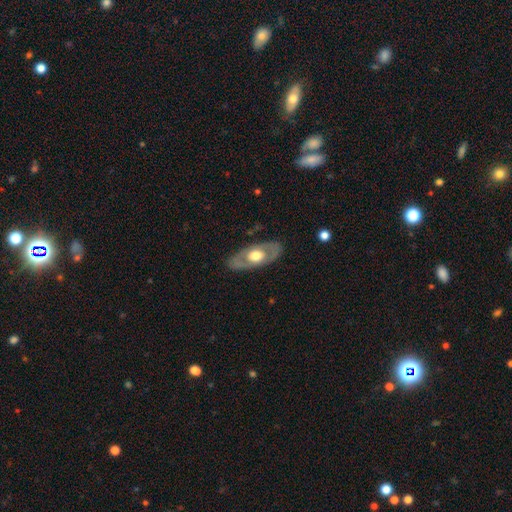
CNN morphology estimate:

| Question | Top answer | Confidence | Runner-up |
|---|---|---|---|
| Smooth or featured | featured or disk | 59% | smooth (36%) |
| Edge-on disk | no | 80% | yes (20%) |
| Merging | none | 84% | minor disturbance (12%) |